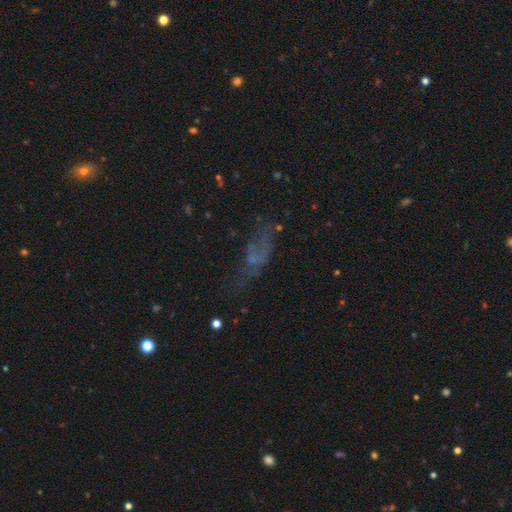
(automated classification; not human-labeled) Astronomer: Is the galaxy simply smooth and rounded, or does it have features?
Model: smooth — 37%, tied with featured or disk at 37%.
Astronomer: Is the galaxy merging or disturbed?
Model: none — 38% (runner-up: major disturbance, 35%).